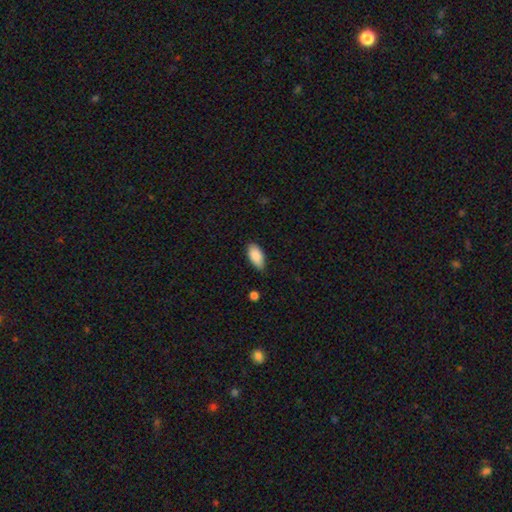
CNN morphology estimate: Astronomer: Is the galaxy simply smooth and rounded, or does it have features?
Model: smooth — 89%.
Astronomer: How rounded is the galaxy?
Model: in between — 92%.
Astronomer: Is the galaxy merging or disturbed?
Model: none — 76%.